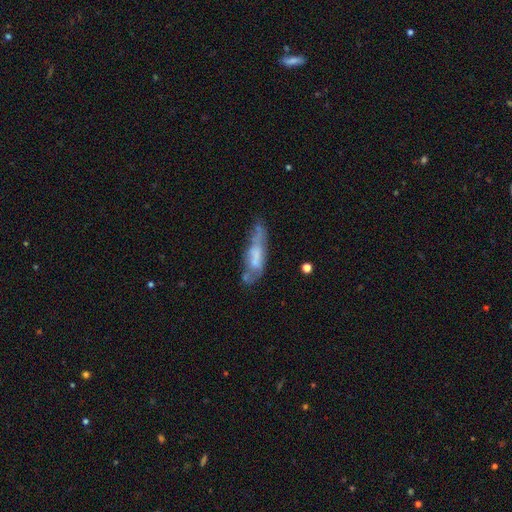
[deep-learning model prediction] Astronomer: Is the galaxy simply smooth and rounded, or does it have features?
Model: featured or disk — 46% (runner-up: smooth, 45%).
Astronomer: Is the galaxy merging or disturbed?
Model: none — 40% (runner-up: minor disturbance, 27%).